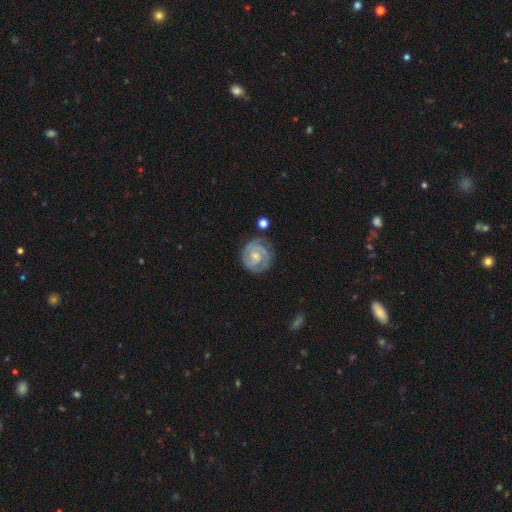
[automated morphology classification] Overall: featured or disk (78%). Edge-on disk: no (98%). Bar: no (60%; weak 34%). Spiral arms: yes (93%). Spiral arm count: 2 (52%; can't tell 20%). Spiral winding: tight (68%). Bulge size: small (54%; moderate 38%). Merging: none (73%).